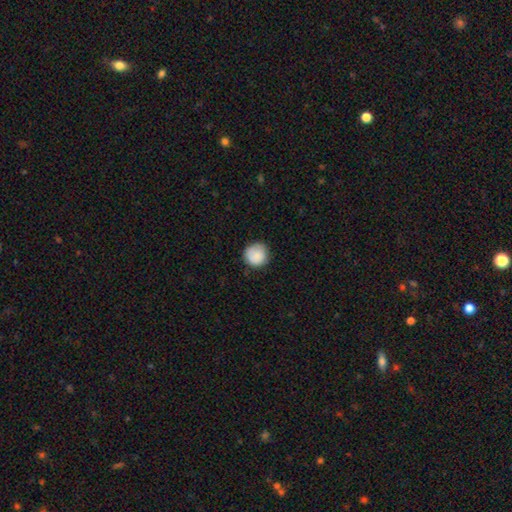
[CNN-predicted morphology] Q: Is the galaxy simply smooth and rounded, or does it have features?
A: smooth — 87%.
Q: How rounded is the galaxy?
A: round — 94%.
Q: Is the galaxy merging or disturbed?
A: none — 82%.